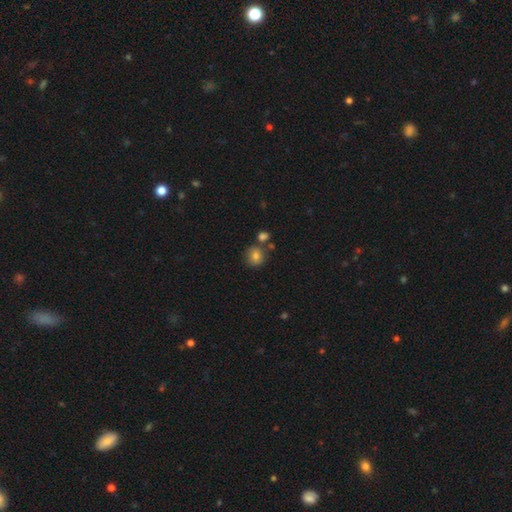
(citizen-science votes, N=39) Q: Smooth or featured?
A: smooth (82%); runner-up: star or artifact (10%)
Q: How rounded?
A: round (72%); runner-up: in between (28%)
Q: Merging?
A: none (77%); runner-up: minor disturbance (11%)